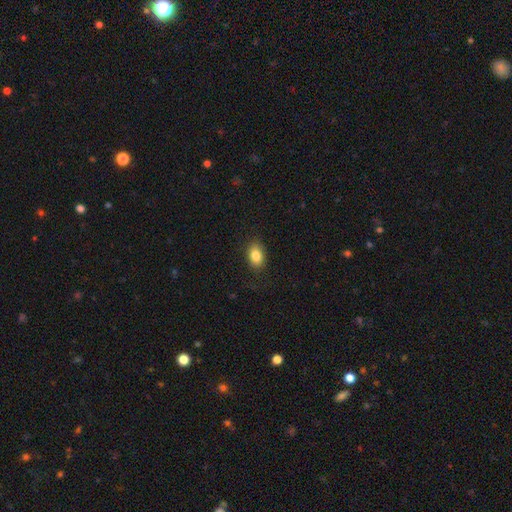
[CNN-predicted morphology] Smooth or featured? smooth (84%)
How rounded? in between (84%)
Merging? none (84%)